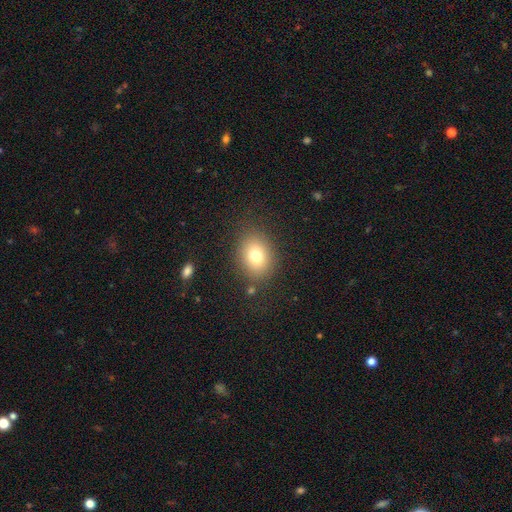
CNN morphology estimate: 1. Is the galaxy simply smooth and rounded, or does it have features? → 76% smooth, 12% star or artifact, 12% featured or disk.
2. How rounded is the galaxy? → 55% in between, 44% round, 1% cigar-shaped.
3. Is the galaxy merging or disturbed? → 83% none, 10% minor disturbance, 4% major disturbance, 2% merger.